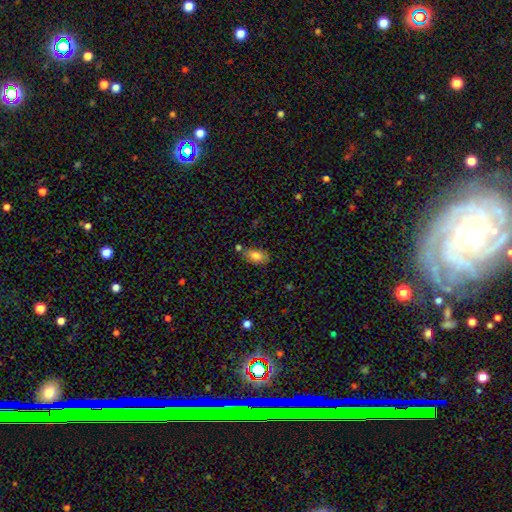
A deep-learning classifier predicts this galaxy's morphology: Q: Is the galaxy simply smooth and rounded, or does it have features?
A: smooth — 81%.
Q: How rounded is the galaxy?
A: in between — 90%.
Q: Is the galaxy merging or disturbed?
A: none — 68%.